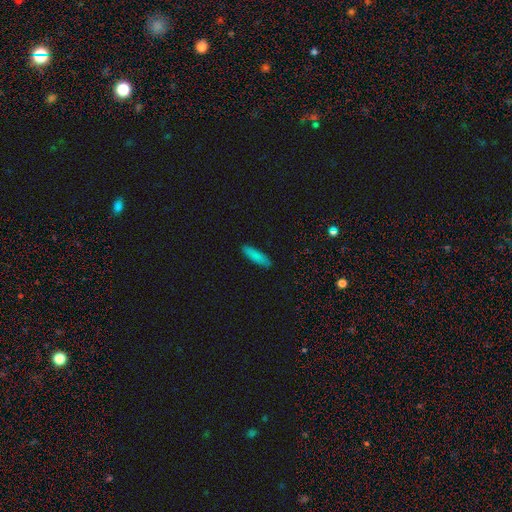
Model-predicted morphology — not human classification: A smooth galaxy with no disk features (85%) that is cigar-shaped (65%). Merging: none (89%).